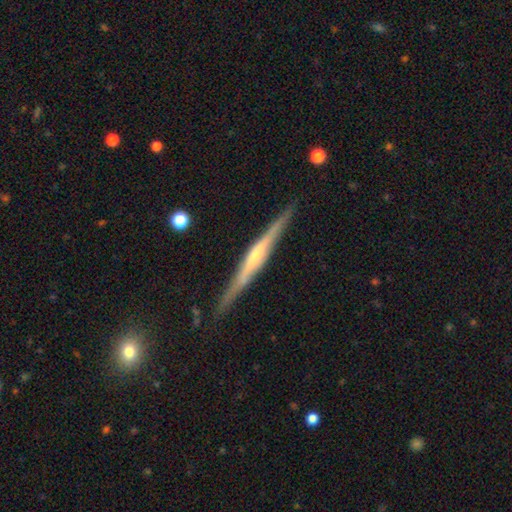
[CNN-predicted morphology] A featured or disk galaxy (77%) viewed edge-on (98%) with a rounded central bulge (59%). Merging: none (88%).